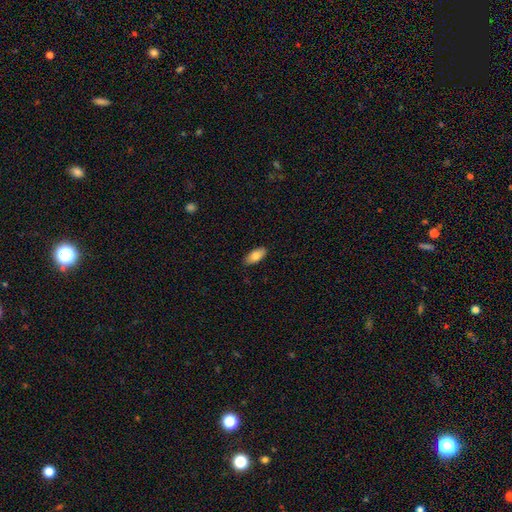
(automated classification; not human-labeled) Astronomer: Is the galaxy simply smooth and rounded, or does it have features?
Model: smooth — 79%.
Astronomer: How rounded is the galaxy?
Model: in between — 89%.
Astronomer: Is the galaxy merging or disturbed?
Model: none — 88%.